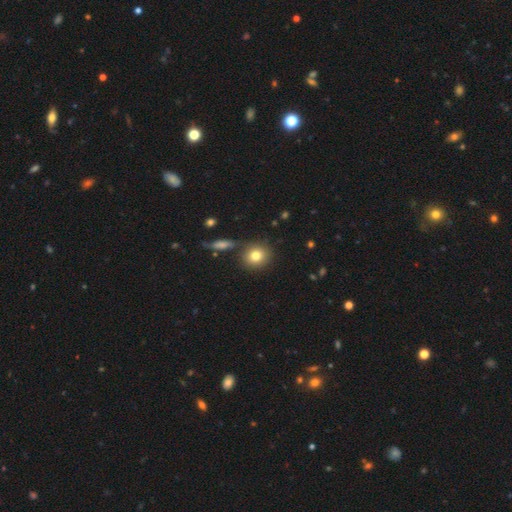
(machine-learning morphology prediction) Smooth or featured: smooth — 79% (star or artifact — 10%)
How rounded: round — 81% (in between — 17%)
Merging: none — 79% (minor disturbance — 10%)